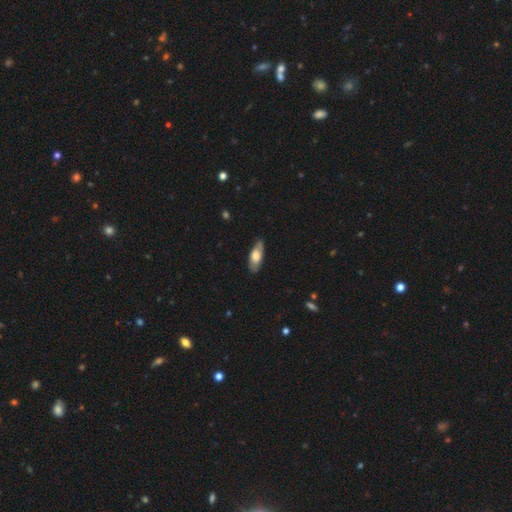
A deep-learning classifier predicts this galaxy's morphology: smooth-or-featured: smooth: 55% | featured or disk: 40% | star or artifact: 6%
  how-rounded: in between: 74% | cigar-shaped: 24% | round: 3%
  merging: none: 79% | minor disturbance: 17% | major disturbance: 3% | merger: 1%